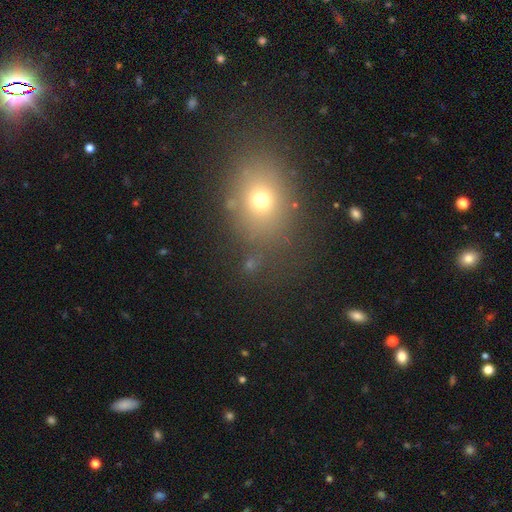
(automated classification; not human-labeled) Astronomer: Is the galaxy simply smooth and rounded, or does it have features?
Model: smooth — 64%.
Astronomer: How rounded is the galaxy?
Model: in between — 56% (runner-up: round, 42%).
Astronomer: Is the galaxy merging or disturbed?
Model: none — 83%.